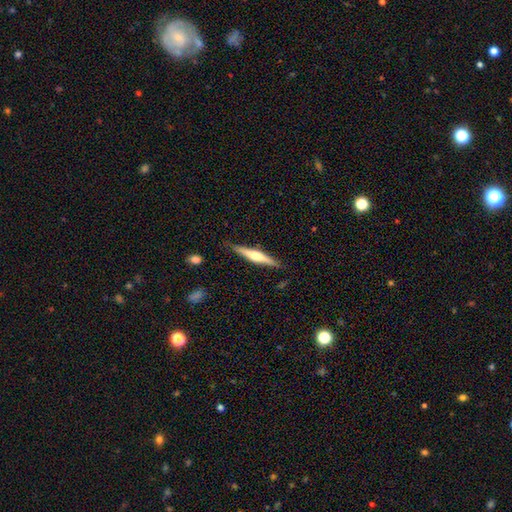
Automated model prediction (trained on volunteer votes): This is likely a featured or disk galaxy (61%). It is clearly viewed edge-on (97%). Edge-on bulge: clearly rounded (87%). Merging: clearly none (85%).